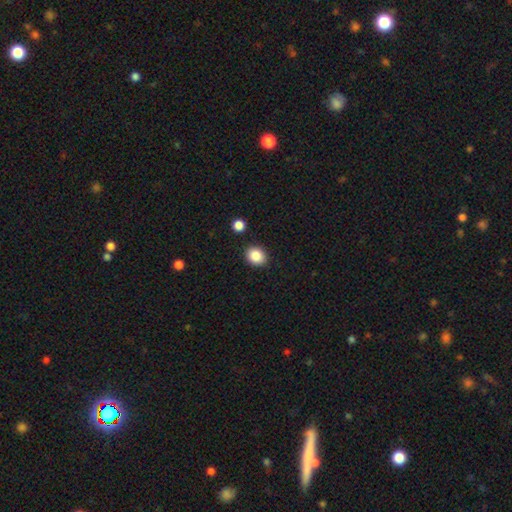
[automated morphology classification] This is clearly a smooth galaxy (86%). How rounded: likely round (60%). Merging: clearly none (88%).